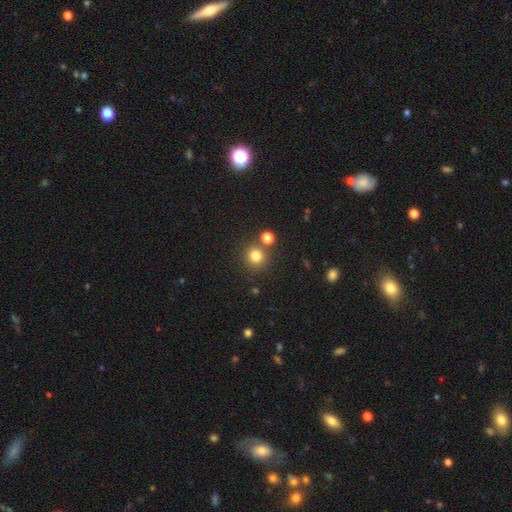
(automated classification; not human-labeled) This appears to be a smooth galaxy with no disk features (79%) that is round (91%). Merging: none (75%).